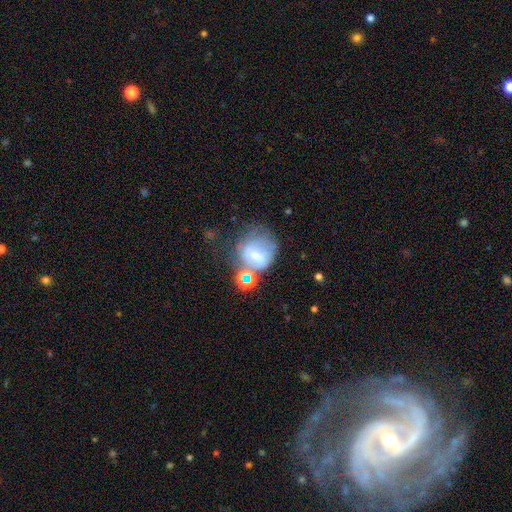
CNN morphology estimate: smooth 46%, featured or disk 40%, star or artifact 14%. Down the decision tree: merging — none (34%).